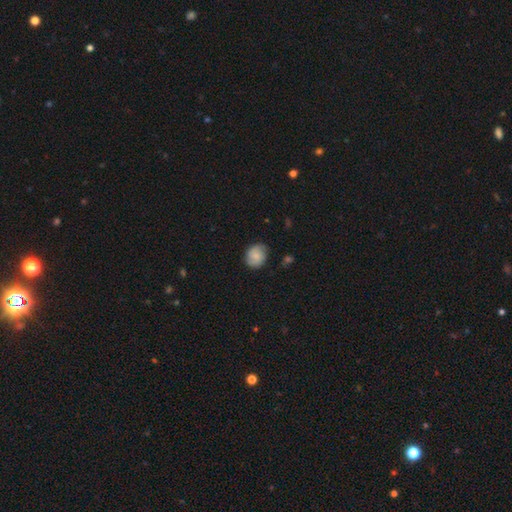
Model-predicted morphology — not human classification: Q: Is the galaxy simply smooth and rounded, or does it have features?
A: smooth — 77%.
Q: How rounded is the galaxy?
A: round — 68%.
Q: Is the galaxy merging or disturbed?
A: none — 79%.